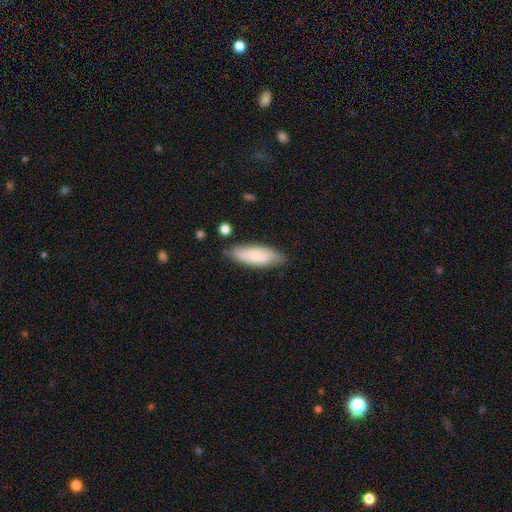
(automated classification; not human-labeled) smooth 70%, featured or disk 24%, star or artifact 6%. Down the decision tree: how rounded — in between (64%); merging — none (76%).